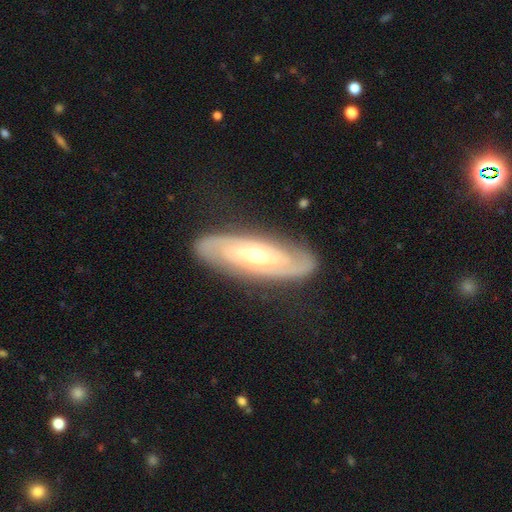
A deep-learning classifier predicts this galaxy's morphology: Overall: featured or disk (80%). Edge-on disk: no (86%). Bar: no (61%; weak 27%). Spiral arms: yes (89%). Spiral arm count: 2 (66%). Spiral winding: tight (61%; medium 29%). Bulge size: moderate (57%; small 37%). Merging: none (83%).